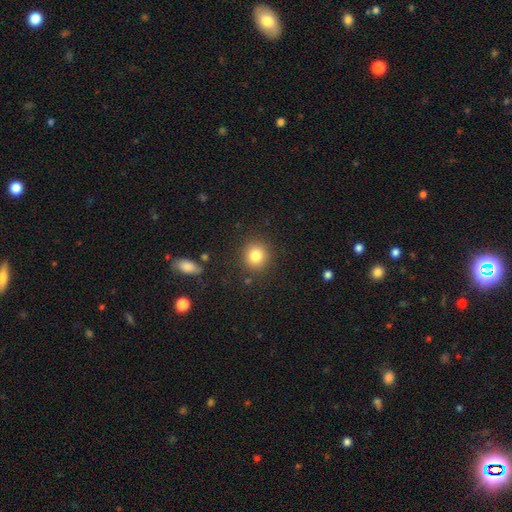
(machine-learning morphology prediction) The model was most divided on "smooth or featured": smooth: 82%, star or artifact: 11%, featured or disk: 7%. More confident: how rounded — round (88%); merging — none (88%).